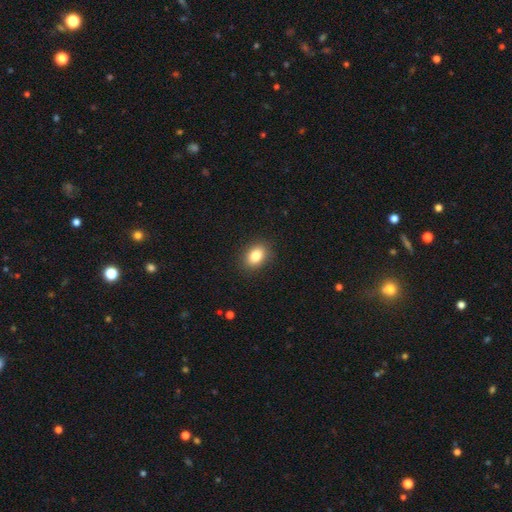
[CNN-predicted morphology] smooth_or_featured: smooth (p=0.84) [alt: star or artifact p=0.09]
how_rounded: in between (p=0.75) [alt: round p=0.24]
merging: none (p=0.89) [alt: minor disturbance p=0.08]